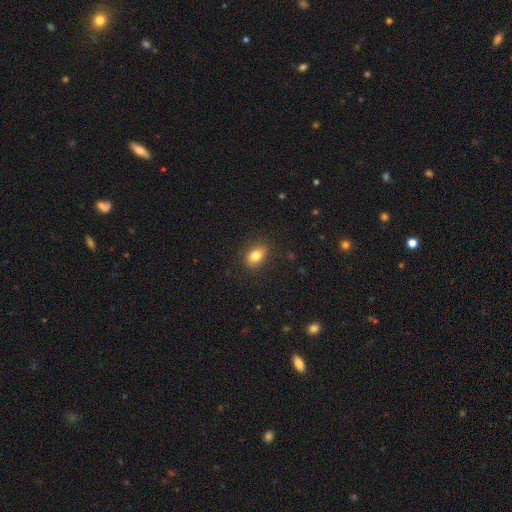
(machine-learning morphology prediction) Q: Smooth or featured?
A: smooth (82%); runner-up: star or artifact (10%)
Q: How rounded?
A: in between (78%); runner-up: round (20%)
Q: Merging?
A: none (85%); runner-up: minor disturbance (12%)